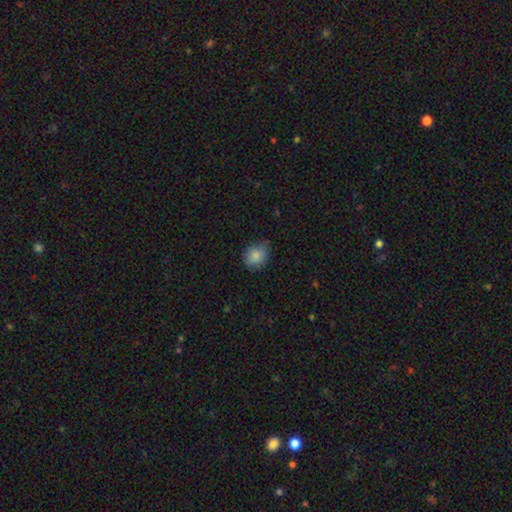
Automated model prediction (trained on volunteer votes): smooth_or_featured: smooth (p=0.85) [alt: star or artifact p=0.08]
how_rounded: round (p=0.55) [alt: in between p=0.44]
merging: none (p=0.71) [alt: minor disturbance p=0.24]